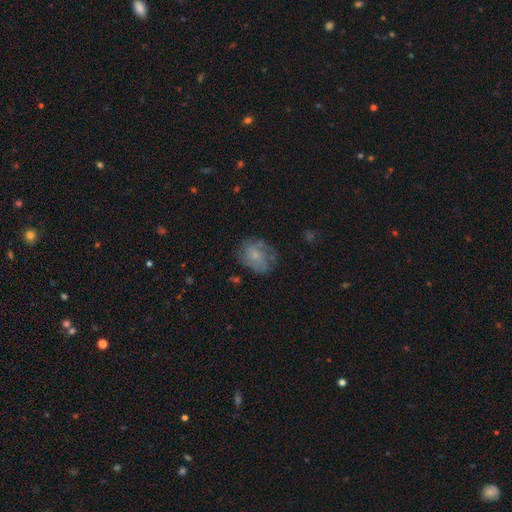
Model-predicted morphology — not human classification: This is possibly a smooth galaxy (48%). Merging: likely none (61%).